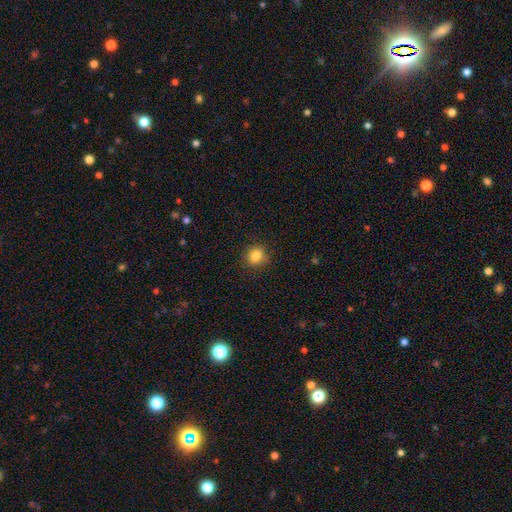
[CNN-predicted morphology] A smooth galaxy with no disk features (84%) that is round (76%).

Vote fractions:
- Smooth or featured? smooth: 84% / star or artifact: 11% / featured or disk: 6%
- How rounded? round: 76% / in between: 23% / cigar-shaped: 1%
- Merging? none: 87% / minor disturbance: 10% / major disturbance: 3% / merger: 1%